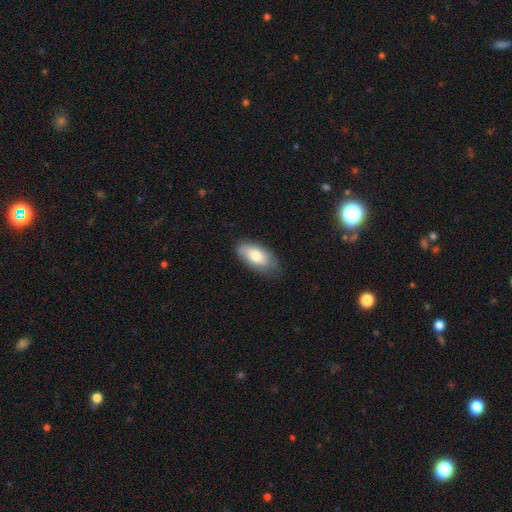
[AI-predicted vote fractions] Smooth or featured? smooth (73%)
How rounded? in between (92%)
Merging? none (71%)